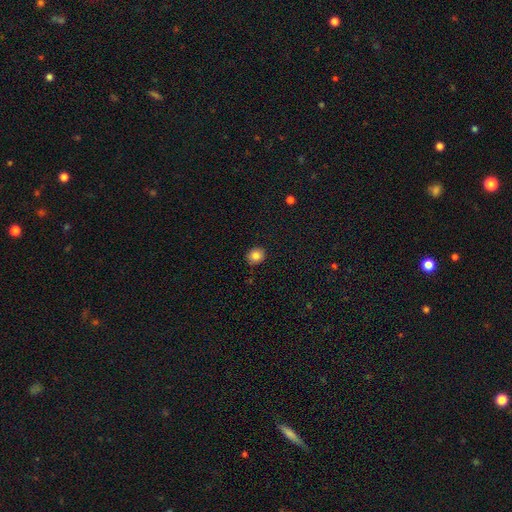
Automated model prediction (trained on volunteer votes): Morphology: type=smooth (84%); roundness=round (79%); merging=none (88%).